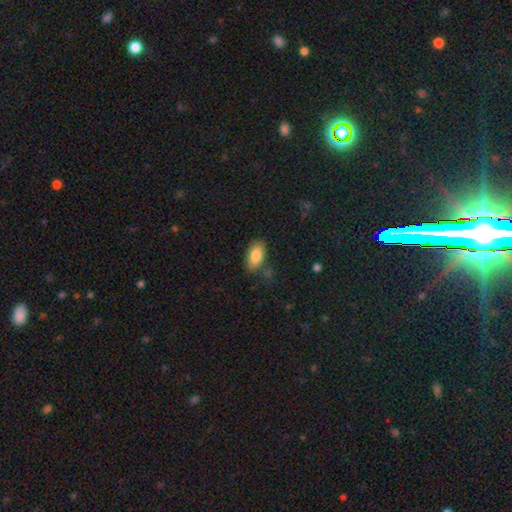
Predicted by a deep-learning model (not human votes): This appears to be a smooth galaxy with no disk features (85%) that is in between round and cigar-shaped (91%). Merging: none (77%).